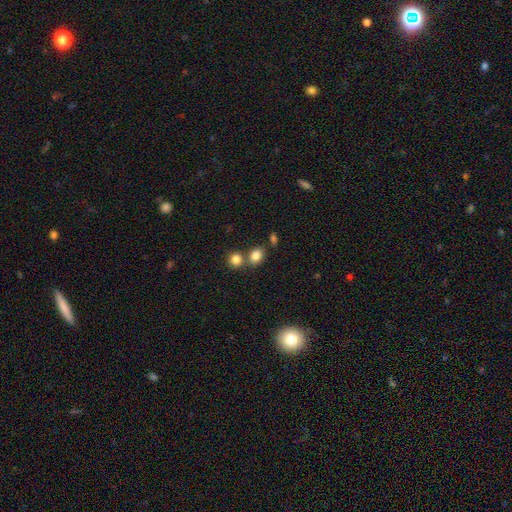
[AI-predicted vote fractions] Q: Smooth or featured?
A: smooth (83%); runner-up: star or artifact (11%)
Q: How rounded?
A: in between (60%); runner-up: round (39%)
Q: Merging?
A: none (57%); runner-up: merger (29%)